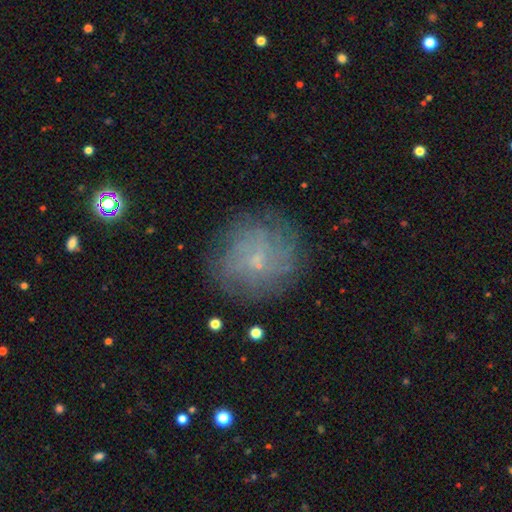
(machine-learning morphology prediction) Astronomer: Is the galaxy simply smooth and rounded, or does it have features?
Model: featured or disk — 51% (runner-up: smooth, 33%).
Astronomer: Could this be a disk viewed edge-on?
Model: no — 97%.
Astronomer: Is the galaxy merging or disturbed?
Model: none — 80%.